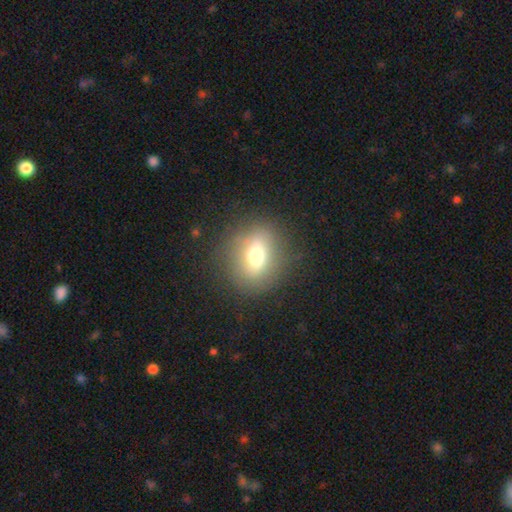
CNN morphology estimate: Smooth or featured? smooth (64%)
How rounded? round (69%)
Merging? none (83%)